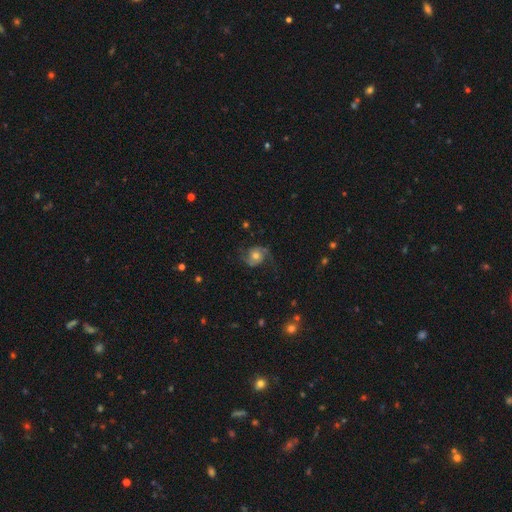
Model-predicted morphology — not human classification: Smooth or featured? featured or disk (76%)
Edge-on disk? no (98%)
Bar? no (74%)
Spiral arms? yes (95%)
Spiral winding? medium (45%)
Spiral arm count? 2 (91%)
Bulge size? moderate (61%)
Merging? none (71%)